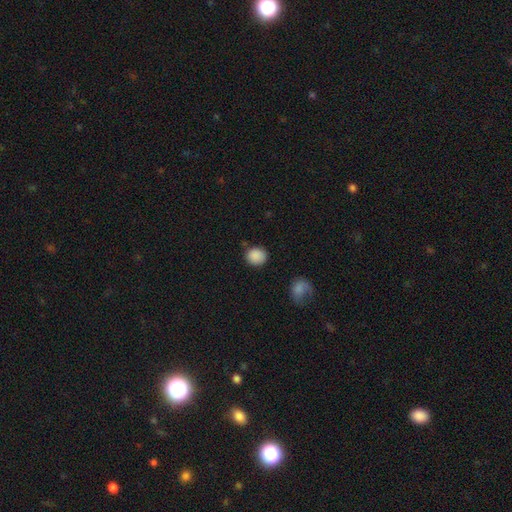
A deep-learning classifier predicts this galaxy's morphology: The model was most divided on "how rounded": round: 80%, in between: 19%, cigar-shaped: 1%. More confident: smooth or featured — smooth (88%); merging — none (82%).